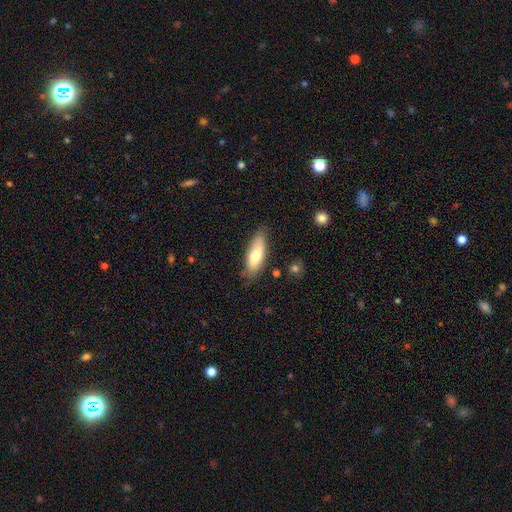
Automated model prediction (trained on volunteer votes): Smooth or featured?
  - smooth: 73% *
  - featured or disk: 21%
  - star or artifact: 6%
How rounded?
  - in between: 64% *
  - cigar-shaped: 34%
  - round: 2%
Merging?
  - none: 77% *
  - minor disturbance: 18%
  - major disturbance: 3%
  - merger: 2%